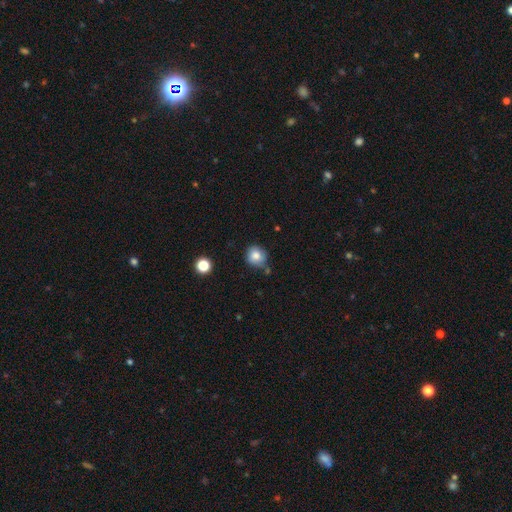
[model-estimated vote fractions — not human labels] smooth_or_featured: smooth (p=0.81) [alt: star or artifact p=0.10]
how_rounded: round (p=0.87) [alt: in between p=0.12]
merging: none (p=0.70) [alt: minor disturbance p=0.19]